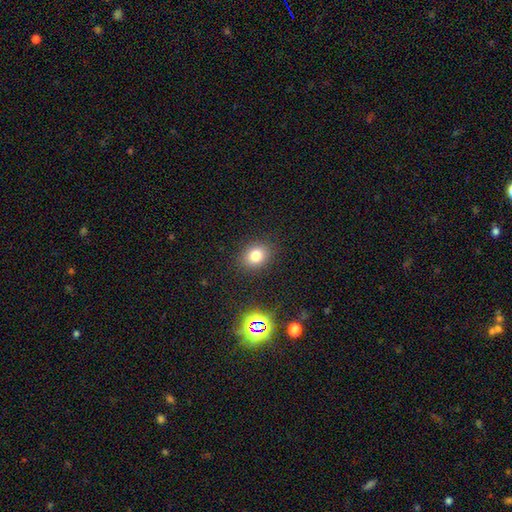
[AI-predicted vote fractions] This appears to be a smooth galaxy with no disk features (77%) that is round (51%). Merging: none (87%).